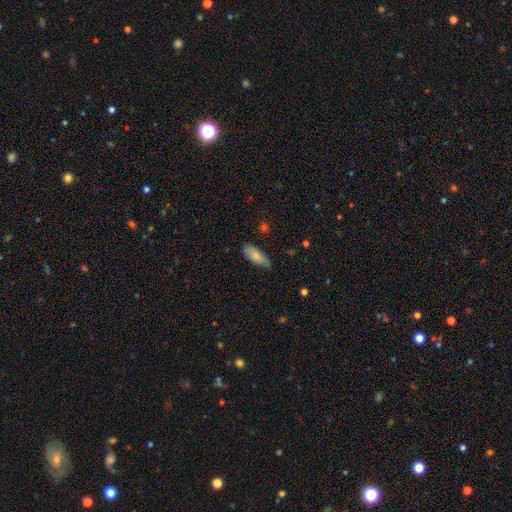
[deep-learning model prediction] This appears to be a smooth galaxy with no disk features (81%) that is in between round and cigar-shaped (73%). Merging: none (68%).